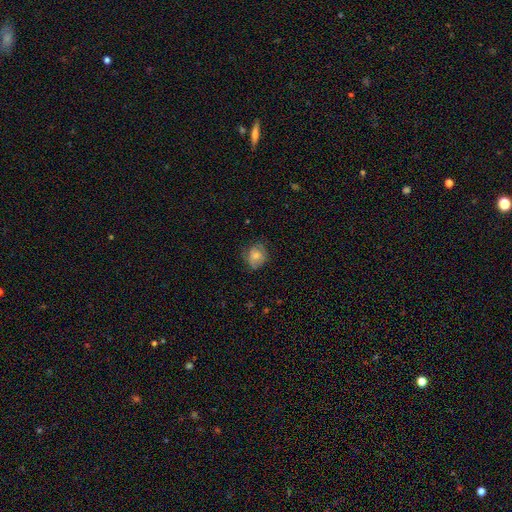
Smooth or featured? smooth (85%)
How rounded? round (50%, tied with in between)
Merging? none (50%)